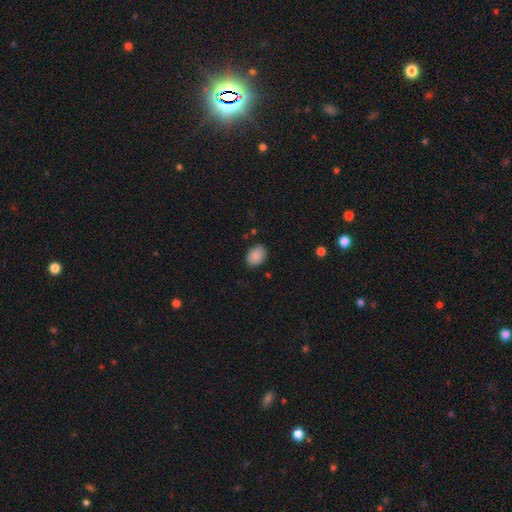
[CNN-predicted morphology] A smooth galaxy with no disk features (89%) that is in between round and cigar-shaped (71%). Merging: none (85%).